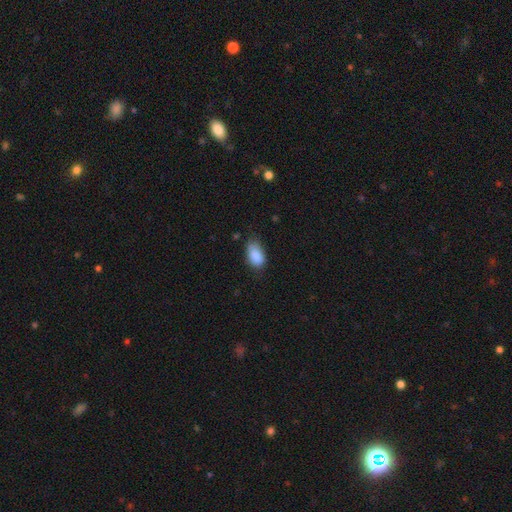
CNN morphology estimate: This is clearly a smooth galaxy (88%). How rounded: clearly in between (92%). Merging: likely none (60%).